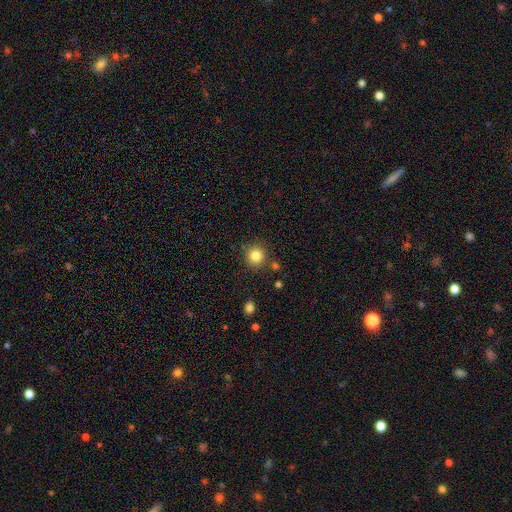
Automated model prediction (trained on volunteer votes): The model was most divided on "smooth or featured": smooth: 83%, star or artifact: 11%, featured or disk: 5%. More confident: how rounded — round (91%); merging — none (83%).